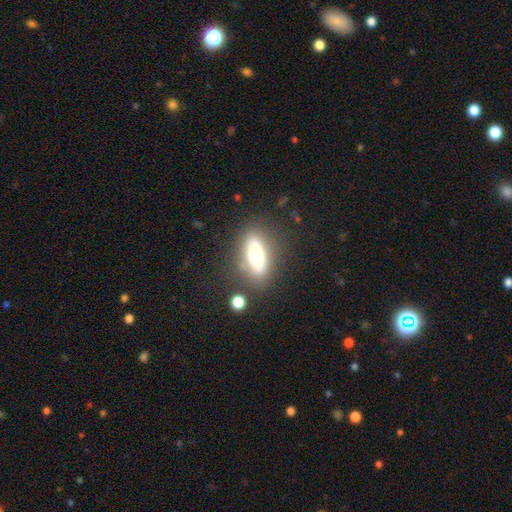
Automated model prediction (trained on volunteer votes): Overall: smooth (50%; featured or disk 41%). How rounded: in between (77%). Merging: none (76%).